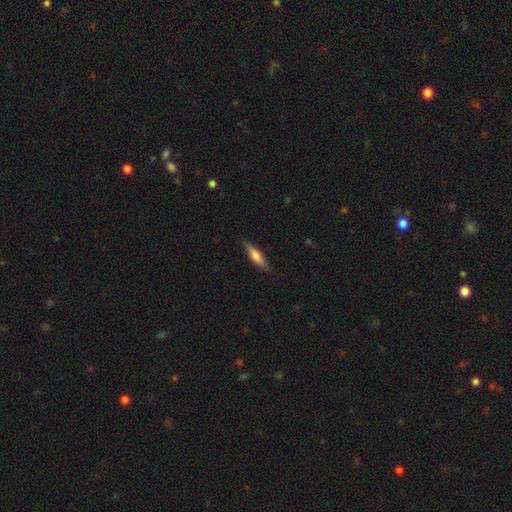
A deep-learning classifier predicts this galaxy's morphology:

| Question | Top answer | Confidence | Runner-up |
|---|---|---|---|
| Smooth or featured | smooth | 65% | featured or disk (30%) |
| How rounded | cigar-shaped | 71% | in between (27%) |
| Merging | none | 85% | minor disturbance (12%) |